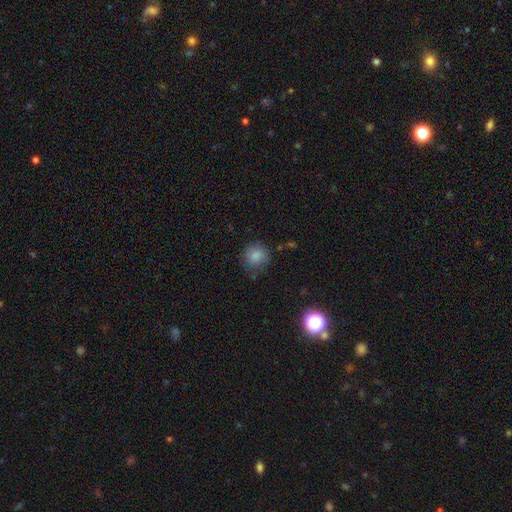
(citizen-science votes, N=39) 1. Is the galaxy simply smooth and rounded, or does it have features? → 82% smooth, 13% featured or disk, 5% star or artifact.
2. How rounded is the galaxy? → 94% round, 6% in between, 0% cigar-shaped.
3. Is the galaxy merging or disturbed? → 81% none, 8% minor disturbance, 8% major disturbance, 3% merger.